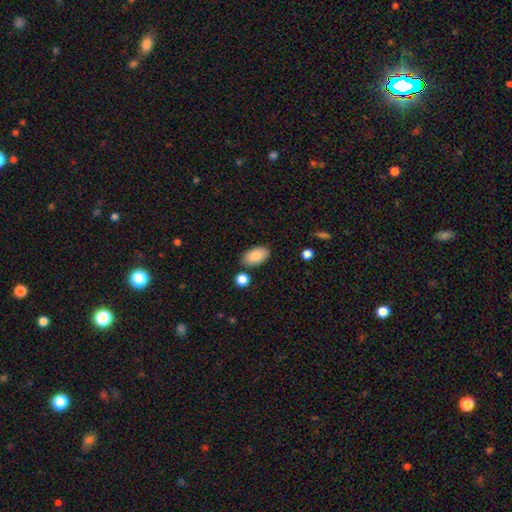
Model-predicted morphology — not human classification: Q: Smooth or featured?
A: smooth (87%); runner-up: featured or disk (7%)
Q: How rounded?
A: in between (94%); runner-up: round (4%)
Q: Merging?
A: none (82%); runner-up: minor disturbance (11%)